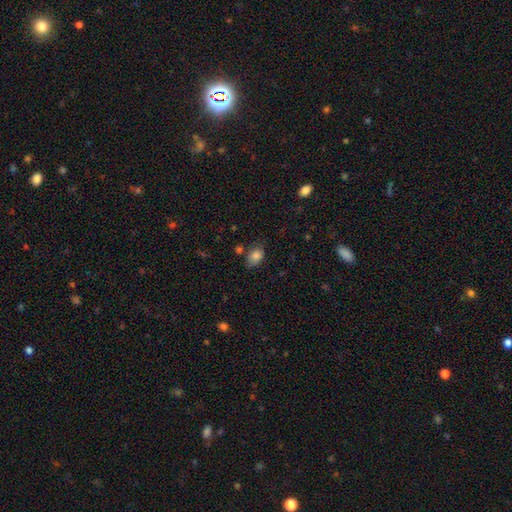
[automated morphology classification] smooth_or_featured: smooth (p=0.83) [alt: star or artifact p=0.09]
how_rounded: in between (p=0.84) [alt: round p=0.14]
merging: none (p=0.65) [alt: minor disturbance p=0.24]